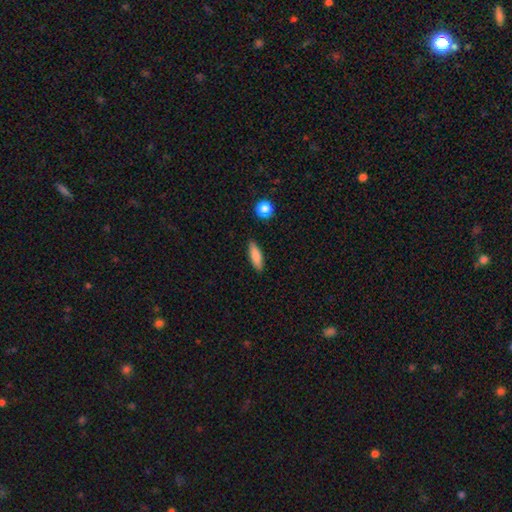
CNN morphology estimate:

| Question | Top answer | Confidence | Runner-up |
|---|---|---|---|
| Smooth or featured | smooth | 83% | featured or disk (9%) |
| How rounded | cigar-shaped | 50% | in between (47%) |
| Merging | none | 87% | minor disturbance (9%) |